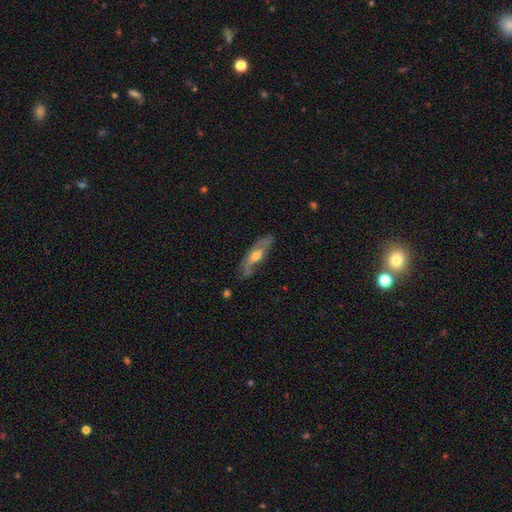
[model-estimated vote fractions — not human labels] Smooth or featured? Predicted: featured or disk (p=0.68). Edge-on disk? Predicted: no (p=0.66). Merging? Predicted: none (p=0.69).